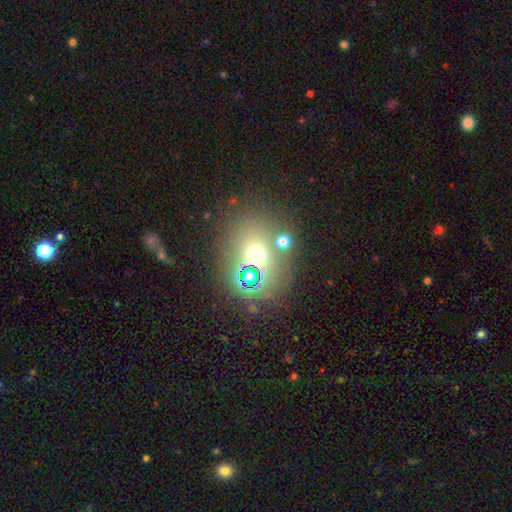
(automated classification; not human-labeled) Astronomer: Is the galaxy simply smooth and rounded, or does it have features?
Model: smooth — 56% (runner-up: star or artifact, 32%).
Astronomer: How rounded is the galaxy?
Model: round — 67%.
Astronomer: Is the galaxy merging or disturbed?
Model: none — 65%.